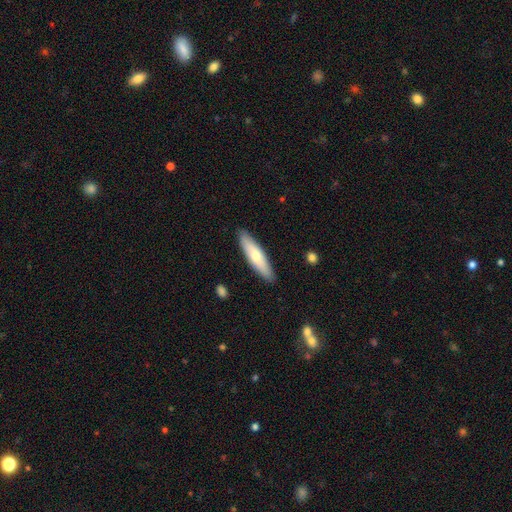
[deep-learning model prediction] This is likely a smooth galaxy (63%). How rounded: likely cigar-shaped (69%). Merging: clearly none (89%).